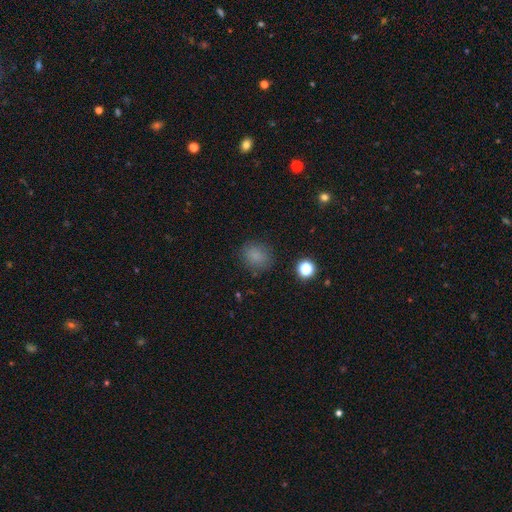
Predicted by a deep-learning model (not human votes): smooth-or-featured: smooth: 81% | star or artifact: 14% | featured or disk: 5%
  how-rounded: round: 70% | in between: 29% | cigar-shaped: 1%
  merging: none: 83% | minor disturbance: 12% | major disturbance: 4% | merger: 2%